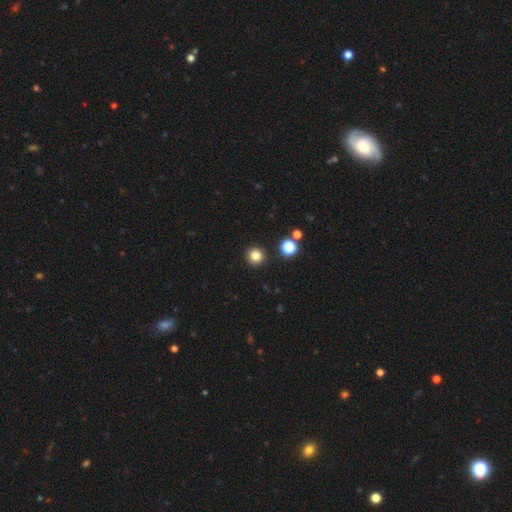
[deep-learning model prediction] Smooth or featured: smooth — 82% (star or artifact — 13%)
How rounded: round — 95% (in between — 4%)
Merging: none — 92% (minor disturbance — 4%)